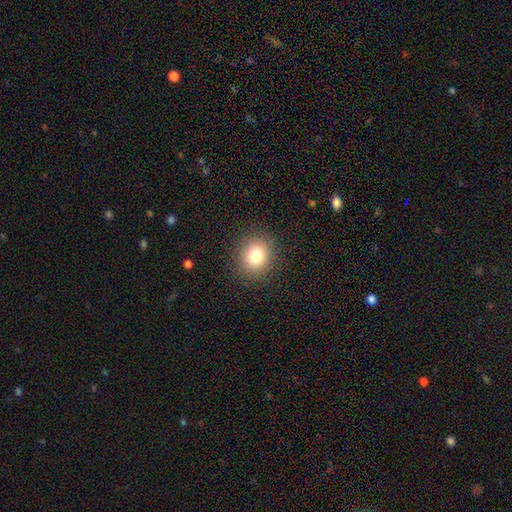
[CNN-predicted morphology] This is likely a smooth galaxy (80%). How rounded: likely round (75%). Merging: clearly none (89%).